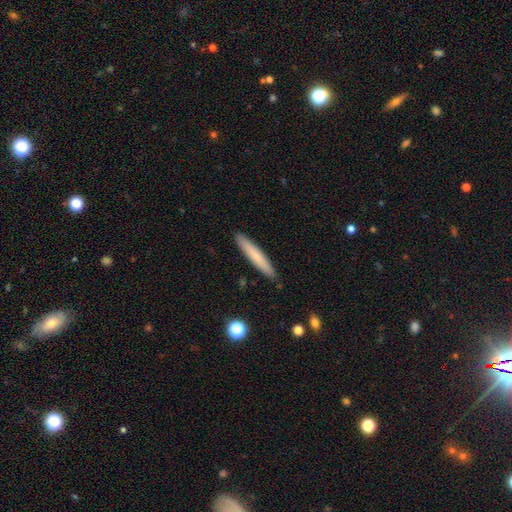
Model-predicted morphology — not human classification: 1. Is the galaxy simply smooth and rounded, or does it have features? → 72% smooth, 22% featured or disk, 6% star or artifact.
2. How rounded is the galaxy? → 94% cigar-shaped, 5% in between, 1% round.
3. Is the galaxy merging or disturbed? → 90% none, 8% minor disturbance, 1% major disturbance, 1% merger.